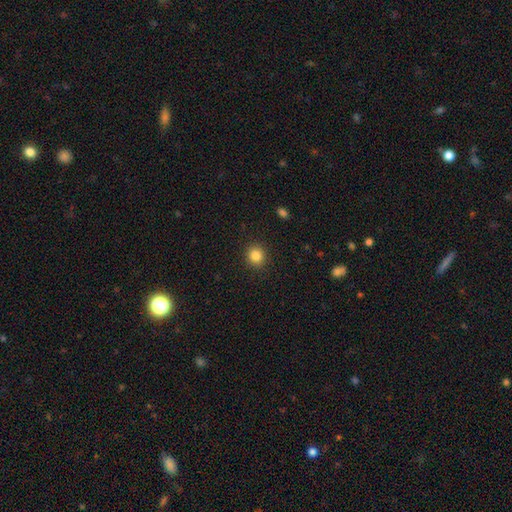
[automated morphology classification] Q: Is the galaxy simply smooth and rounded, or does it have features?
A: smooth — 84%.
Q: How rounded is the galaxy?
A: round — 89%.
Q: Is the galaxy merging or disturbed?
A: none — 91%.